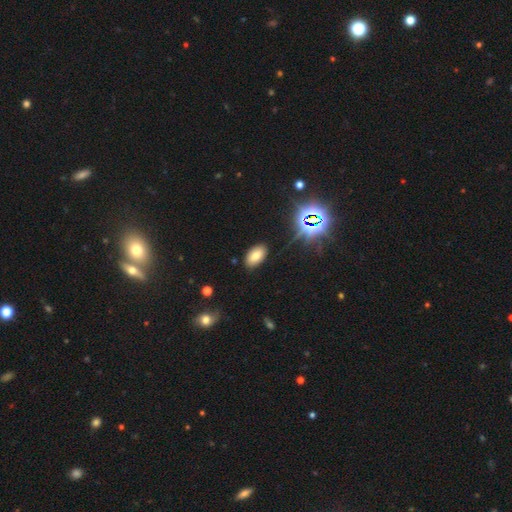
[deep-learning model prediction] Smooth or featured? Predicted: smooth (p=0.70). How rounded? Predicted: in between (p=0.94). Merging? Predicted: none (p=0.87).